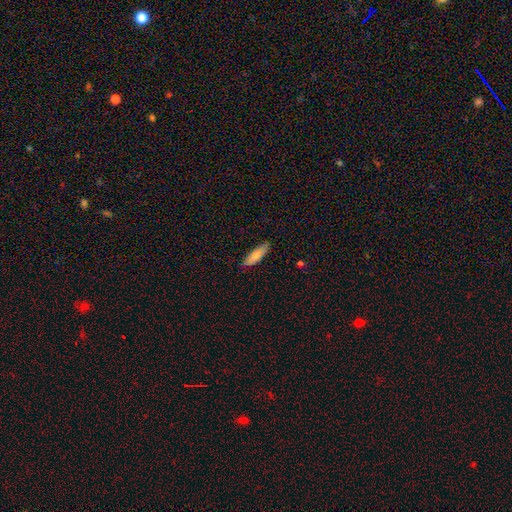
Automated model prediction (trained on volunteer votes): smooth 81%, featured or disk 14%, star or artifact 6%. Down the decision tree: how rounded — cigar-shaped (56%); merging — none (85%).